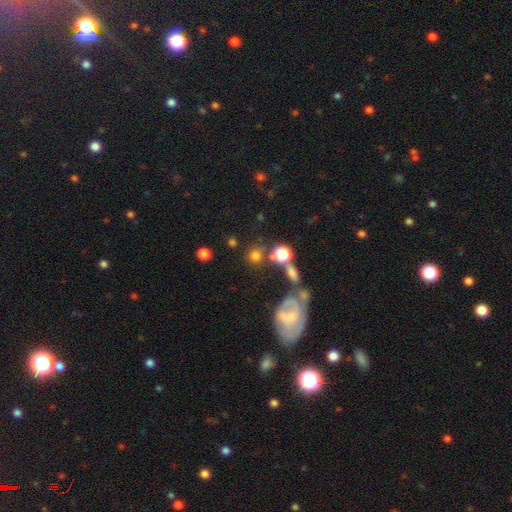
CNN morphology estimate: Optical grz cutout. It shows a smooth galaxy with no disk features (69%) that is round (85%). Merging: none (61%).